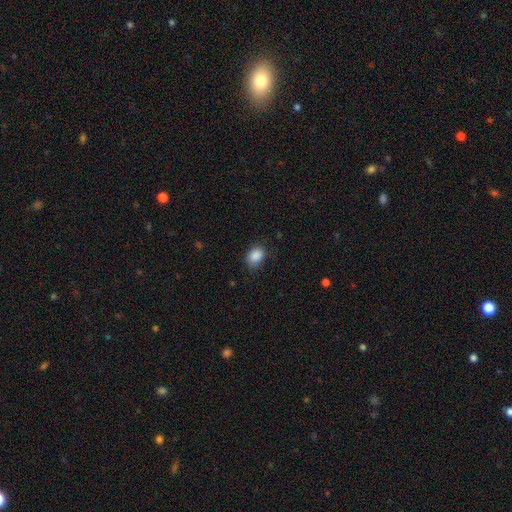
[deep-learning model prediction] smooth-or-featured: smooth: 88% | star or artifact: 9% | featured or disk: 3%
  how-rounded: in between: 63% | round: 36% | cigar-shaped: 1%
  merging: none: 80% | minor disturbance: 15% | major disturbance: 4% | merger: 1%